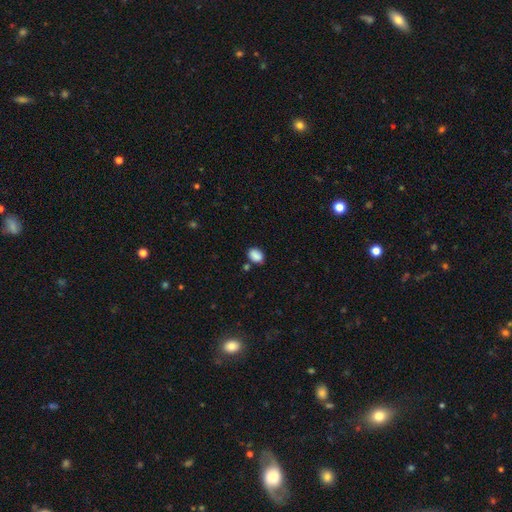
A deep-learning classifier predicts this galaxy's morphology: type=smooth (87%); roundness=in between (76%); merging=none (73%).